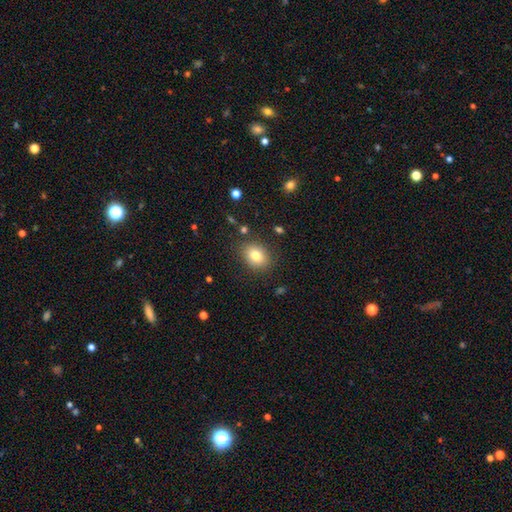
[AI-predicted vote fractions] A smooth galaxy with no disk features (79%) that is round (50%). Merging: none (84%).